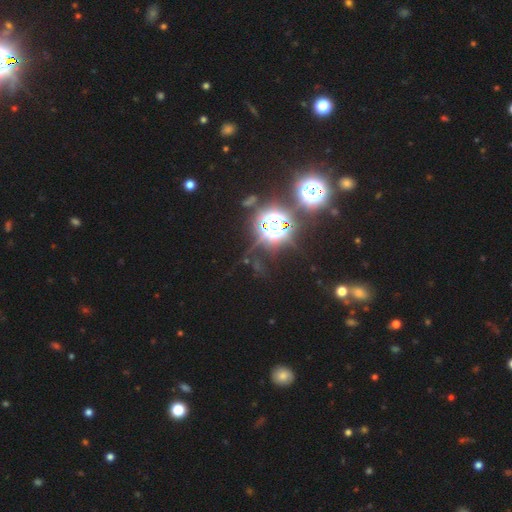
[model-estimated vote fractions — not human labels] Overall: star or artifact (79%).